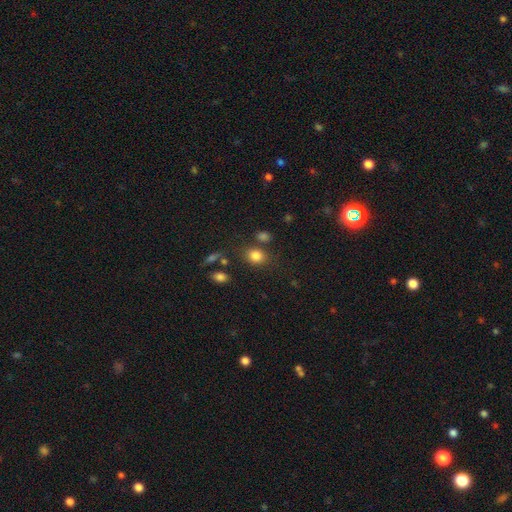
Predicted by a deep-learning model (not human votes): smooth-or-featured: smooth: 82% | star or artifact: 11% | featured or disk: 6%
  how-rounded: round: 52% | in between: 47% | cigar-shaped: 1%
  merging: none: 72% | minor disturbance: 13% | merger: 10% | major disturbance: 5%